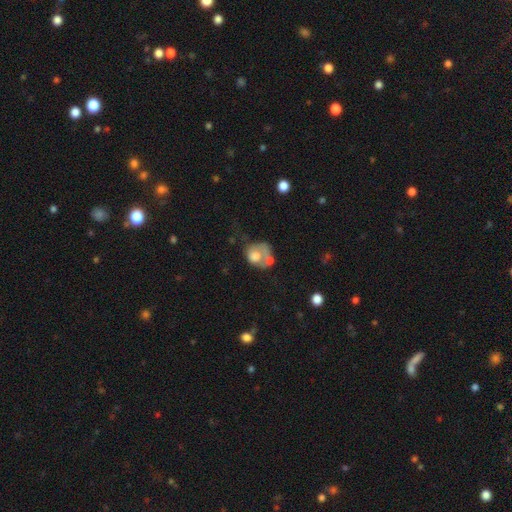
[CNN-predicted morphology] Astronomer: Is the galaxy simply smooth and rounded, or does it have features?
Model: smooth — 59%.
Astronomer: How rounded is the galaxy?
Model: round — 56% (runner-up: in between, 43%).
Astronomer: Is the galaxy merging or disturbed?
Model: merger — 34% (runner-up: major disturbance, 27%).